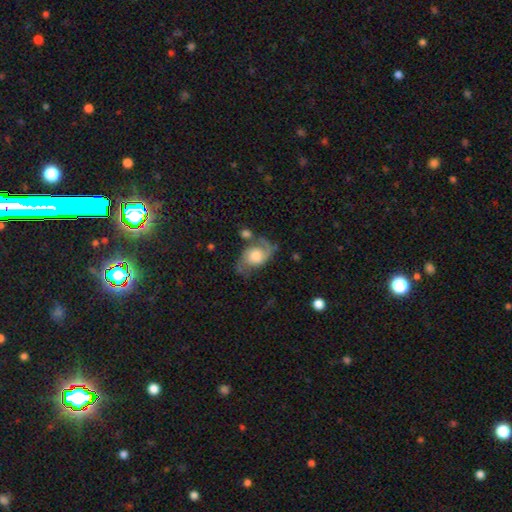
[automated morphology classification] Q: Smooth or featured?
A: featured or disk (76%); runner-up: smooth (18%)
Q: Edge-on disk?
A: no (97%); runner-up: yes (3%)
Q: Bar?
A: no (65%); runner-up: weak (30%)
Q: Spiral arms?
A: yes (93%); runner-up: no (7%)
Q: Spiral winding?
A: medium (46%); runner-up: loose (38%)
Q: Spiral arm count?
A: 2 (86%); runner-up: 1 (6%)
Q: Bulge size?
A: moderate (56%); runner-up: small (22%)
Q: Merging?
A: none (55%); runner-up: minor disturbance (21%)